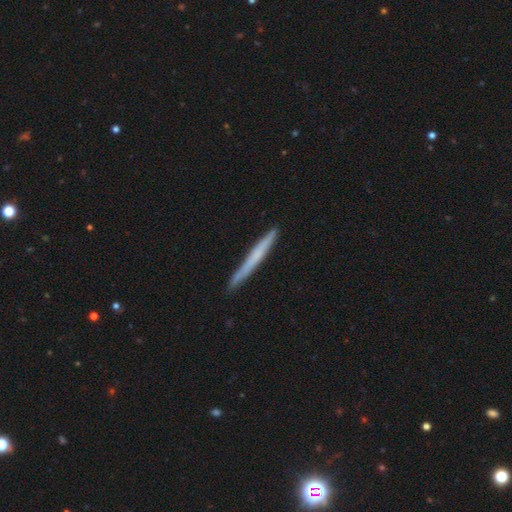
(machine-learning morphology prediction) Smooth or featured: smooth — 52% (featured or disk — 42%)
How rounded: cigar-shaped — 97% (in between — 2%)
Merging: none — 88% (minor disturbance — 9%)